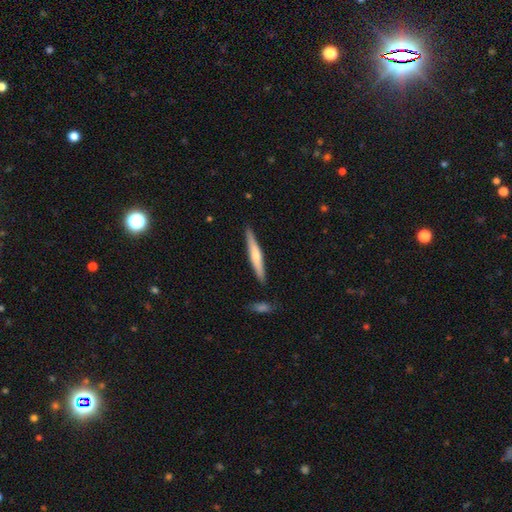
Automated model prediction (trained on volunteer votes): A smooth galaxy with no disk features (52%) that is cigar-shaped (94%).

Vote fractions:
- Smooth or featured? smooth: 52% / featured or disk: 43% / star or artifact: 5%
- How rounded? cigar-shaped: 94% / in between: 5% / round: 1%
- Merging? none: 88% / minor disturbance: 8% / merger: 2% / major disturbance: 2%